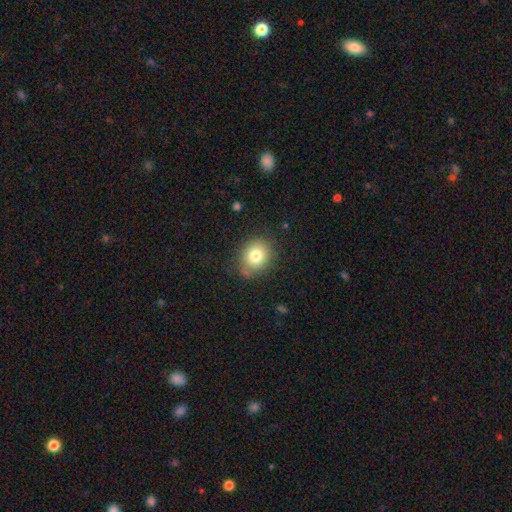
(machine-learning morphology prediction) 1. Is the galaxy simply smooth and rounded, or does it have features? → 79% smooth, 11% featured or disk, 10% star or artifact.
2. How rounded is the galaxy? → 67% round, 32% in between, 1% cigar-shaped.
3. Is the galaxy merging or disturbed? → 78% none, 16% minor disturbance, 4% major disturbance, 2% merger.